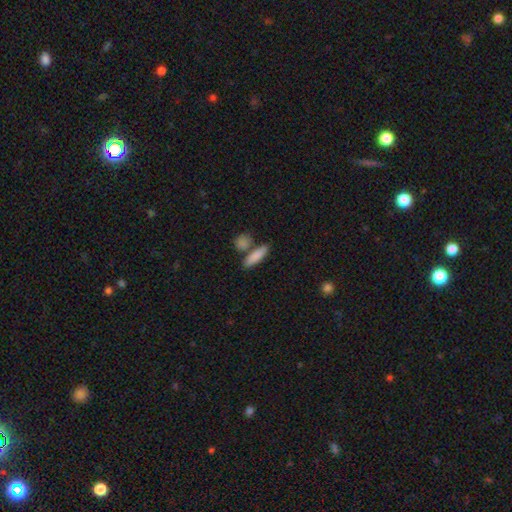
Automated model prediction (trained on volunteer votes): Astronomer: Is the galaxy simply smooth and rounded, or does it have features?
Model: smooth — 85%.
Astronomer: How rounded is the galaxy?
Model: cigar-shaped — 51% (runner-up: in between, 44%).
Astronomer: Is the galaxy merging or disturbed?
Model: none — 67%.